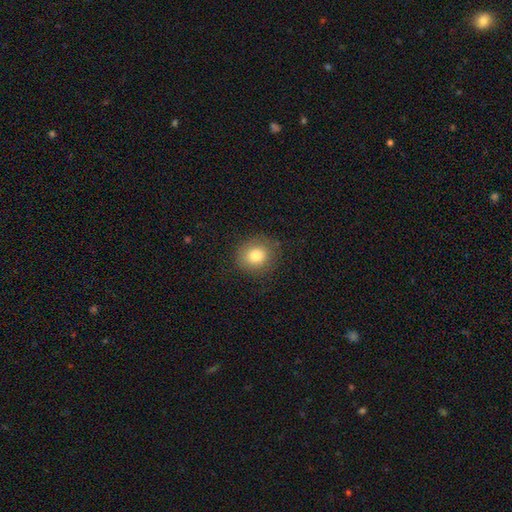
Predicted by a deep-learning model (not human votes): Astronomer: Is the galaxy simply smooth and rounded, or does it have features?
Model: smooth — 81%.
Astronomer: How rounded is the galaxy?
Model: round — 80%.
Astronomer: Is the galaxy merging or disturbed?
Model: none — 84%.